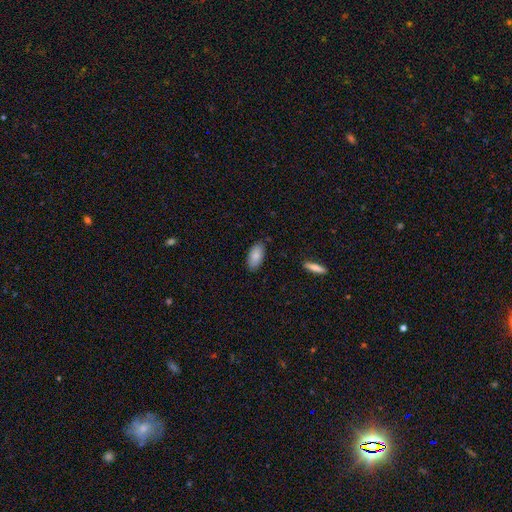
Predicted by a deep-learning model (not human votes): This is clearly a smooth galaxy (85%). How rounded: clearly in between (93%). Merging: clearly none (84%).